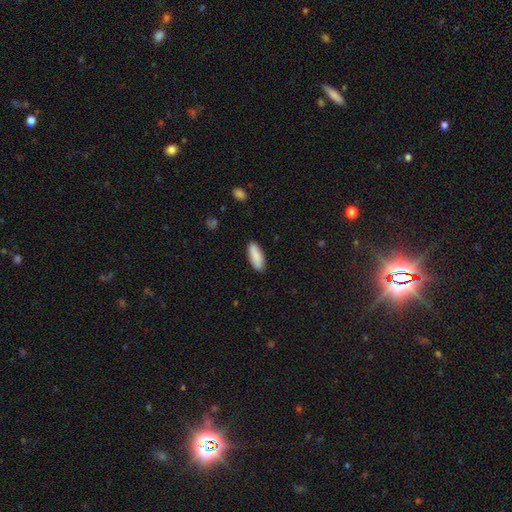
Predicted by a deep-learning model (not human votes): Smooth or featured? Predicted: smooth (p=0.89). How rounded? Predicted: in between (p=0.69). Merging? Predicted: none (p=0.88).